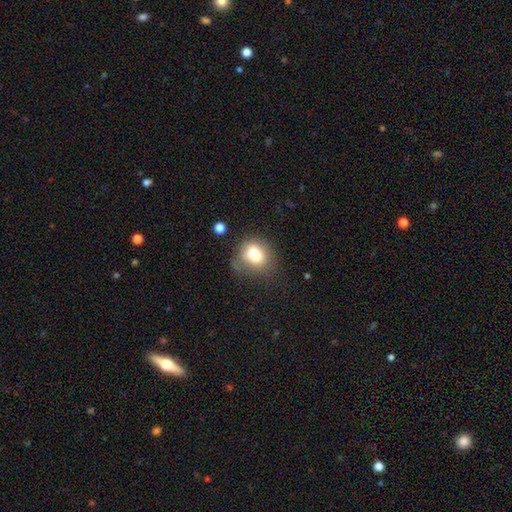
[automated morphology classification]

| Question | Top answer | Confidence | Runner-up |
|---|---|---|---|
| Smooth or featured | smooth | 70% | featured or disk (19%) |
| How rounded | round | 60% | in between (39%) |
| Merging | none | 42% | merger (28%) |